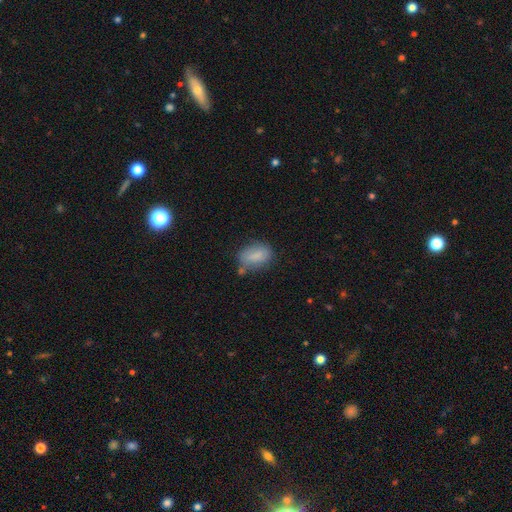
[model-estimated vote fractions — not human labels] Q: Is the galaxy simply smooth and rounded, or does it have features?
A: smooth — 79%.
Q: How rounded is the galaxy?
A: in between — 84%.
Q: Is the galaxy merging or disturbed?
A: none — 60%.